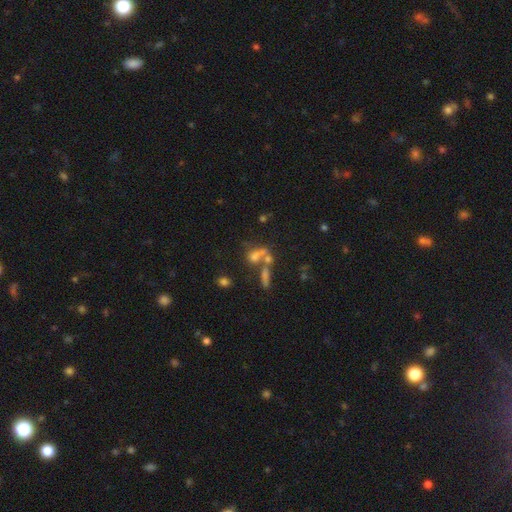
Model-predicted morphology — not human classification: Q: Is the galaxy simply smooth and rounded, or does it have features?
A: smooth — 50%.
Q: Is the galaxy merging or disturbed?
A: merger — 46%.